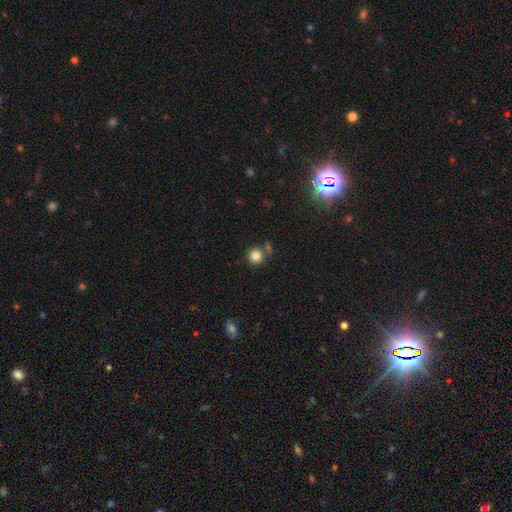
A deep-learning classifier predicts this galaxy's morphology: smooth 84%, star or artifact 11%, featured or disk 5%. Down the decision tree: how rounded — round (93%); merging — none (77%).